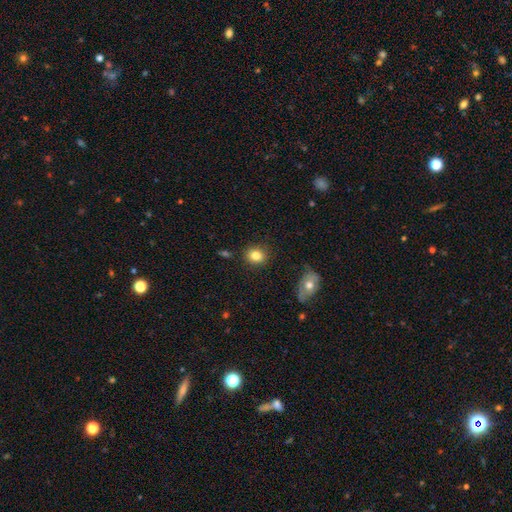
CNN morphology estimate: smooth_or_featured: smooth (p=0.83) [alt: star or artifact p=0.10]
how_rounded: round (p=0.69) [alt: in between p=0.30]
merging: none (p=0.87) [alt: minor disturbance p=0.09]